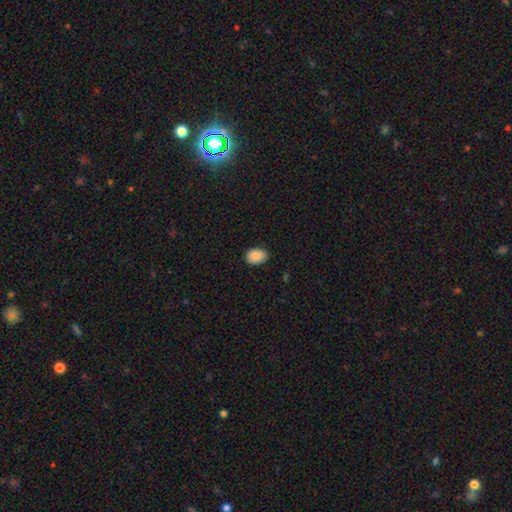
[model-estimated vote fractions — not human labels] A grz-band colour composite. It shows a smooth galaxy with no disk features (88%) that is in between round and cigar-shaped (75%). Merging: none (86%).